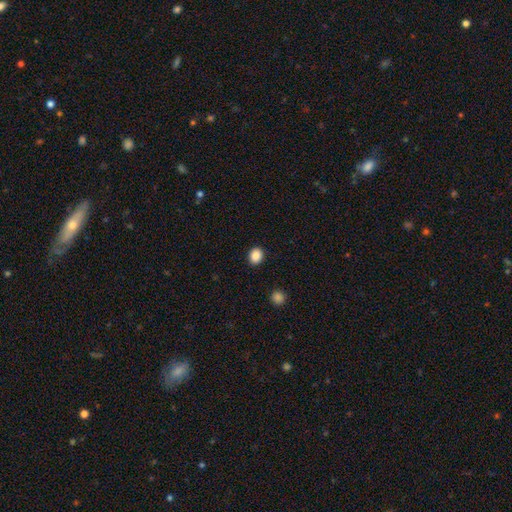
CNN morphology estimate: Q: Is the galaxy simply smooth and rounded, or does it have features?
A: smooth — 88%.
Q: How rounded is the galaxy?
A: round — 61%.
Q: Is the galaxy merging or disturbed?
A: none — 91%.